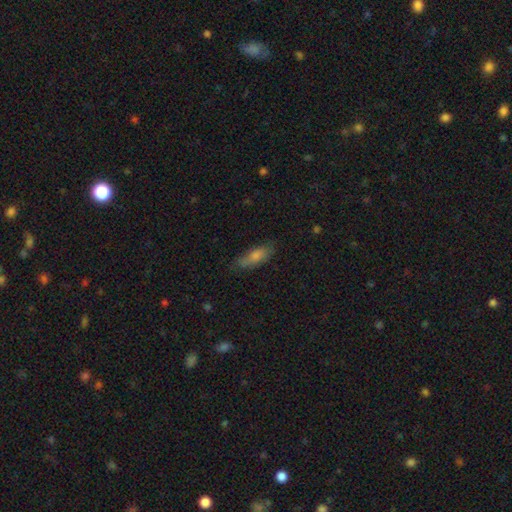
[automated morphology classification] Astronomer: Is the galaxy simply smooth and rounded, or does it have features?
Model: smooth — 65%.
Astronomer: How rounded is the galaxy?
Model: in between — 51% (runner-up: cigar-shaped, 46%).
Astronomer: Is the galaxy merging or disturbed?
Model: none — 75%.